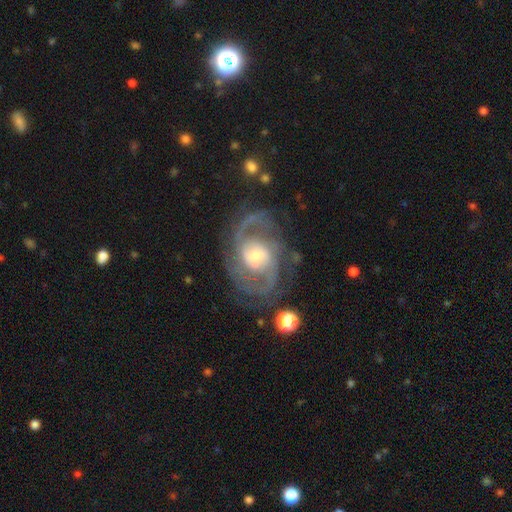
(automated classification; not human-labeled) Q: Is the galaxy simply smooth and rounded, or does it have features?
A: featured or disk — 90%.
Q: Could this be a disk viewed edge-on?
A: no — 98%.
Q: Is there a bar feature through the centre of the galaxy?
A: weak — 48%.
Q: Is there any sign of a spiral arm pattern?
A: yes — 97%.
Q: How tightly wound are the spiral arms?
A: medium — 53%.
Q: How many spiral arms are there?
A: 2 — 69%.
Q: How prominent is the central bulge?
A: moderate — 51%.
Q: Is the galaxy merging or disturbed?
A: none — 70%.